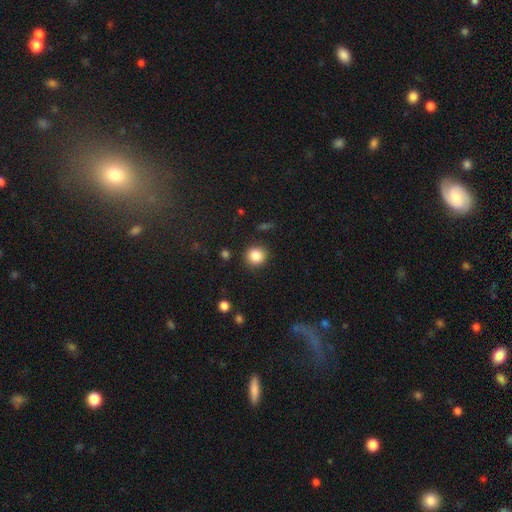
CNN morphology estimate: smooth-or-featured: smooth: 85% | star or artifact: 10% | featured or disk: 5%
  how-rounded: round: 91% | in between: 8% | cigar-shaped: 1%
  merging: none: 90% | minor disturbance: 6% | major disturbance: 2% | merger: 2%